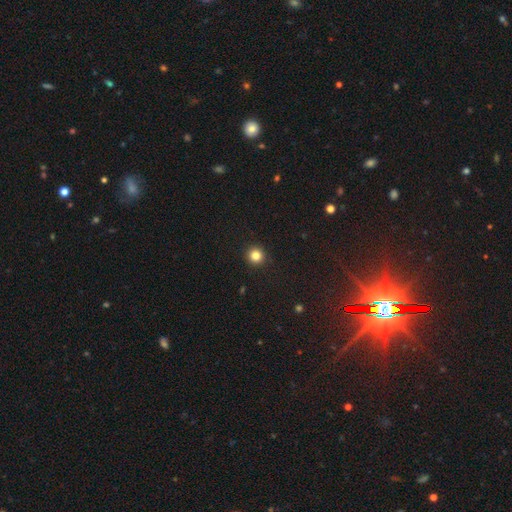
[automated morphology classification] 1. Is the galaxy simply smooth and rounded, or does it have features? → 83% smooth, 12% star or artifact, 5% featured or disk.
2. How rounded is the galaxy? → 96% round, 3% in between, 1% cigar-shaped.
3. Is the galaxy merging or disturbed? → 93% none, 4% minor disturbance, 2% major disturbance, 1% merger.